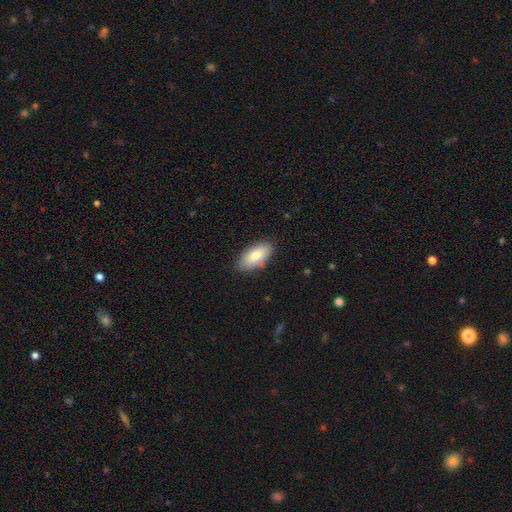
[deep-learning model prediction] smooth 86%, featured or disk 8%, star or artifact 6%. Down the decision tree: how rounded — in between (90%); merging — none (82%).